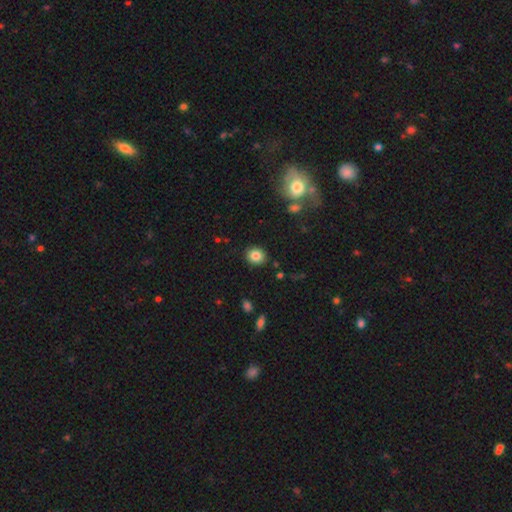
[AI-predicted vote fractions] This is clearly a smooth galaxy (83%). How rounded: likely round (70%). Merging: clearly none (89%).